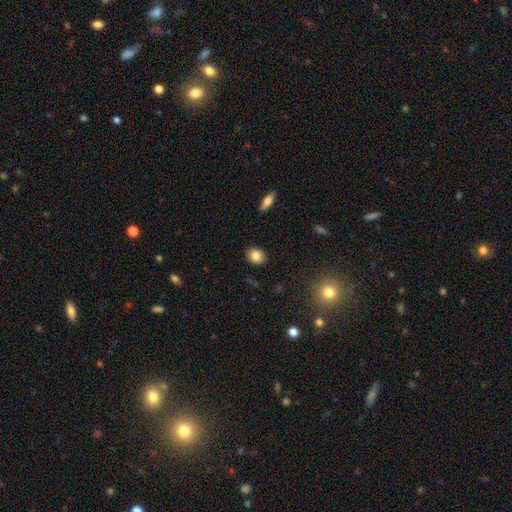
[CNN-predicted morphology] Smooth or featured?
  - smooth: 83% *
  - star or artifact: 9%
  - featured or disk: 8%
How rounded?
  - round: 57% *
  - in between: 42%
  - cigar-shaped: 1%
Merging?
  - none: 89% *
  - minor disturbance: 8%
  - major disturbance: 2%
  - merger: 1%